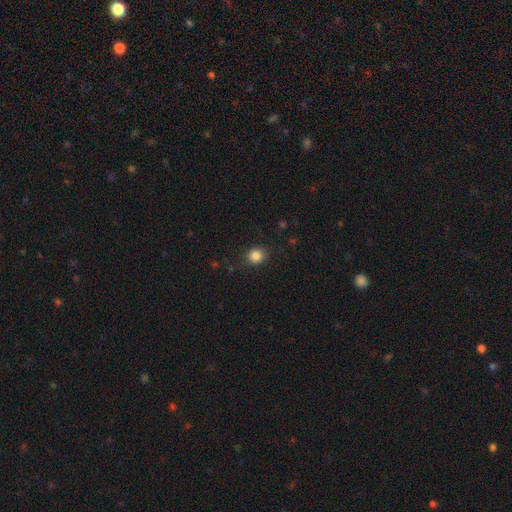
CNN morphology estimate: smooth_or_featured: smooth (p=0.85) [alt: star or artifact p=0.11]
how_rounded: round (p=0.81) [alt: in between p=0.18]
merging: none (p=0.86) [alt: minor disturbance p=0.10]